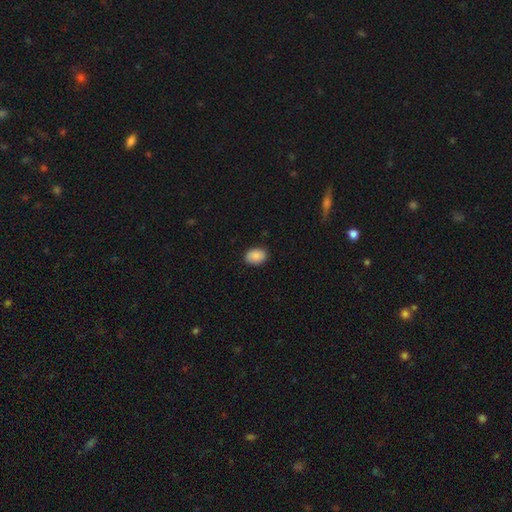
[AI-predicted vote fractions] This appears to be a smooth galaxy with no disk features (87%) that is in between round and cigar-shaped (72%). Merging: none (88%).